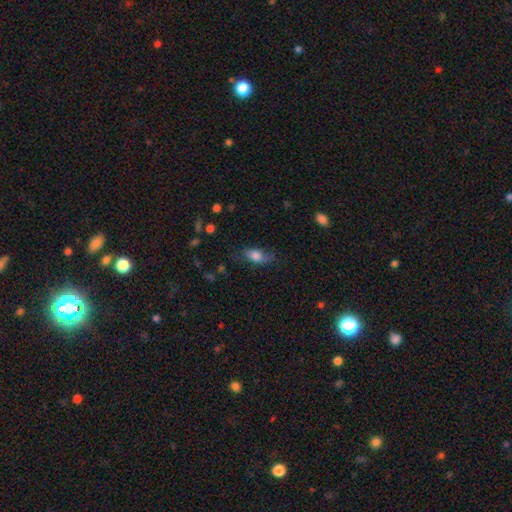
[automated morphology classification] Smooth or featured?
  - smooth: 75% *
  - featured or disk: 17%
  - star or artifact: 8%
How rounded?
  - in between: 84% *
  - cigar-shaped: 10%
  - round: 7%
Merging?
  - none: 60% *
  - minor disturbance: 27%
  - major disturbance: 11%
  - merger: 2%